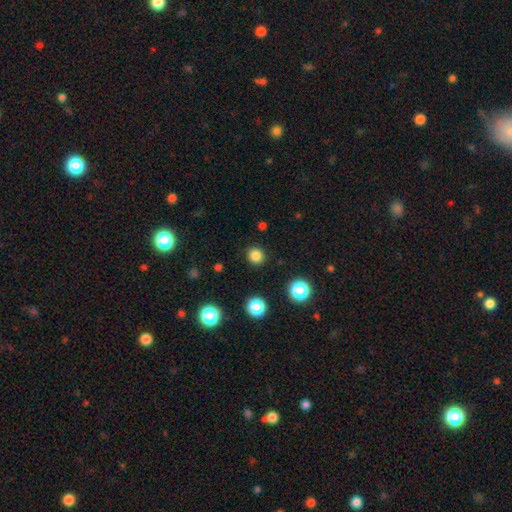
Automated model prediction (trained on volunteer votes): A smooth galaxy with no disk features (83%) that is round (90%). Merging: none (90%).